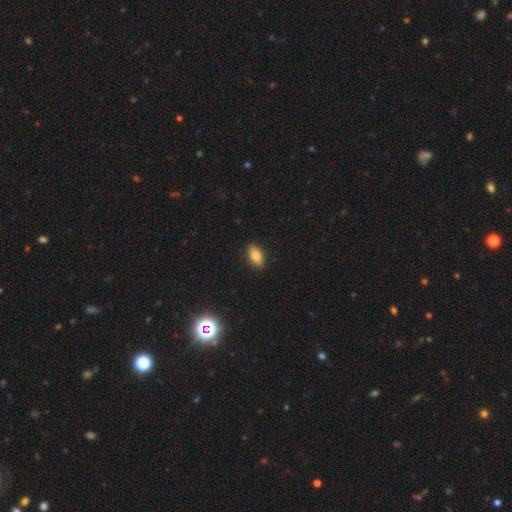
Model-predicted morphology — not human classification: Smooth or featured? Predicted: smooth (p=0.86). How rounded? Predicted: in between (p=0.89). Merging? Predicted: none (p=0.88).